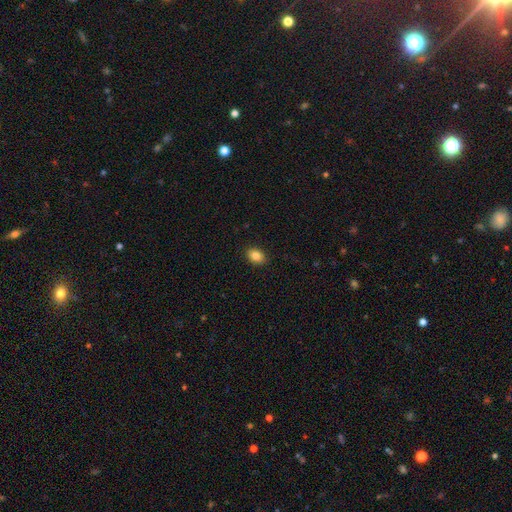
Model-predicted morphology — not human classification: smooth 85%, star or artifact 9%, featured or disk 6%. Down the decision tree: how rounded — in between (77%); merging — none (90%).